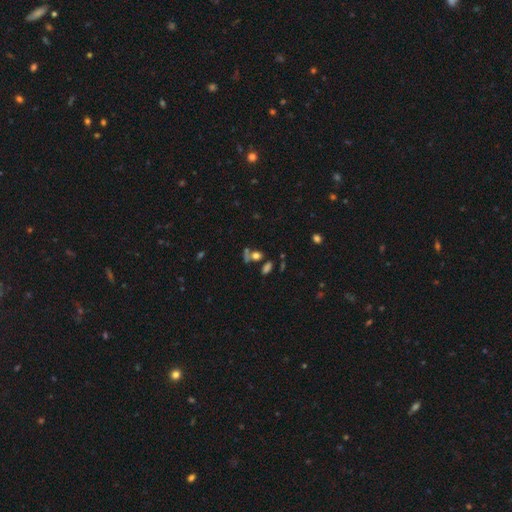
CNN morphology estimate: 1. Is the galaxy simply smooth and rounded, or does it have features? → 66% smooth, 19% star or artifact, 15% featured or disk.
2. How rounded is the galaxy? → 69% in between, 26% round, 5% cigar-shaped.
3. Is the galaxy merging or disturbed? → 48% none, 31% merger, 12% minor disturbance, 9% major disturbance.